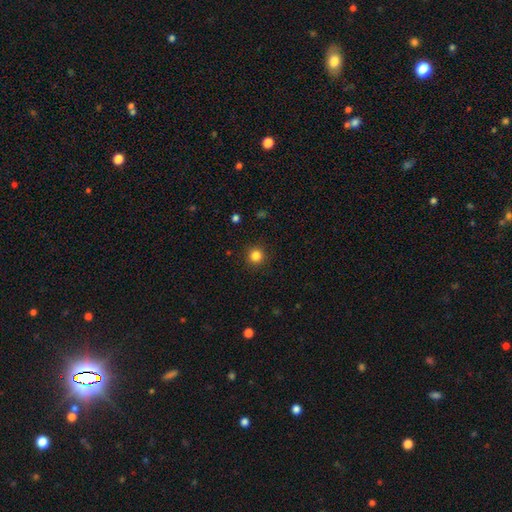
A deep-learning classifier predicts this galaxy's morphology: type=smooth (84%); roundness=round (95%); merging=none (92%).